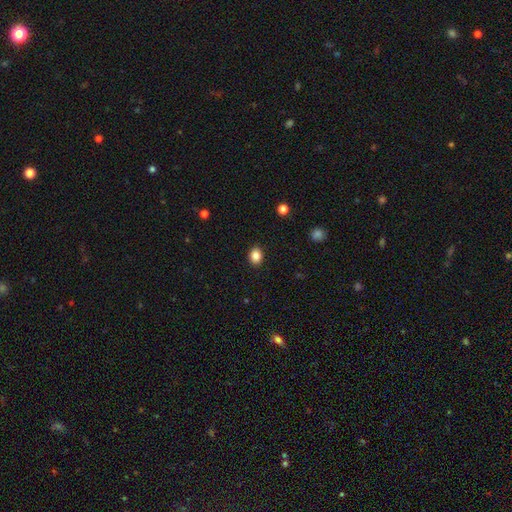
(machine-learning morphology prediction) type=smooth (86%); roundness=in between (53%); merging=none (90%).